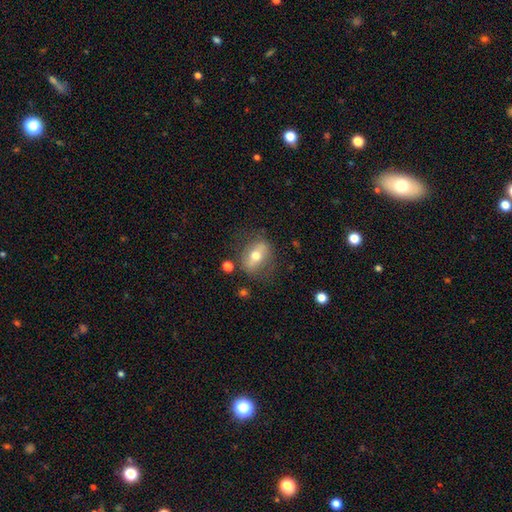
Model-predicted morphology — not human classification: Smooth or featured: featured or disk — 47% (smooth — 45%)
Merging: none — 73% (minor disturbance — 16%)